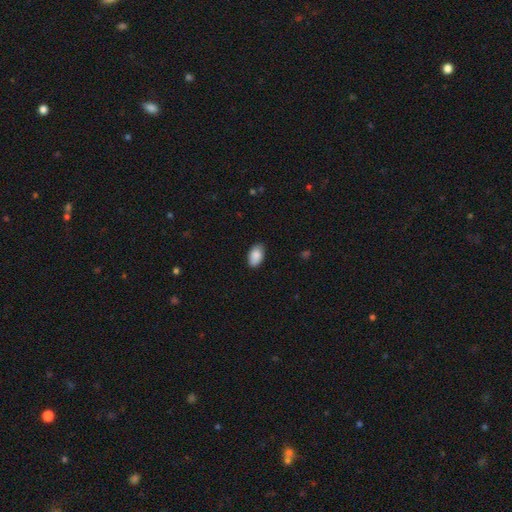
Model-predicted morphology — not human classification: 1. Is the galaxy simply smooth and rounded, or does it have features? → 88% smooth, 7% star or artifact, 6% featured or disk.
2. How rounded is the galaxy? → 93% in between, 5% round, 1% cigar-shaped.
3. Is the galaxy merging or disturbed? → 83% none, 13% minor disturbance, 2% major disturbance, 1% merger.